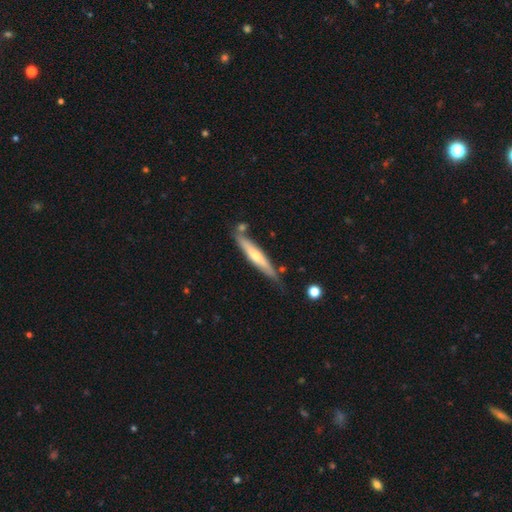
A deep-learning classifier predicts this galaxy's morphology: The model was most divided on "smooth or featured": featured or disk: 50%, smooth: 45%, star or artifact: 5%. More confident: edge-on disk — yes (89%); merging — none (71%).